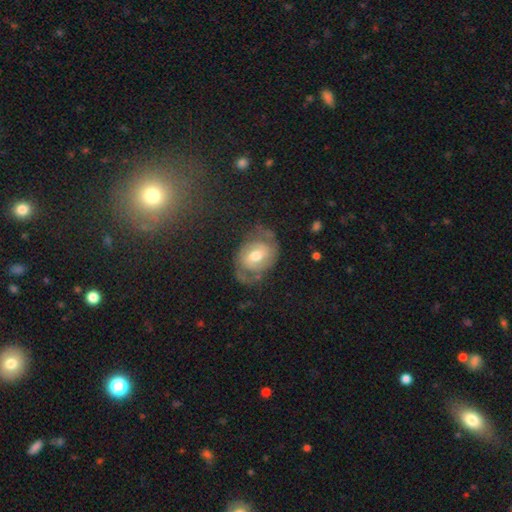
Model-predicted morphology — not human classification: The model was most divided on "bar": weak: 44%, no: 43%, strong: 14%. Remaining: edge-on disk — no (96%); spiral arms — yes (82%); bulge size — moderate (70%); smooth or featured — featured or disk (68%); spiral arm count — 2 (66%); merging — none (59%); spiral winding — tight (46%).